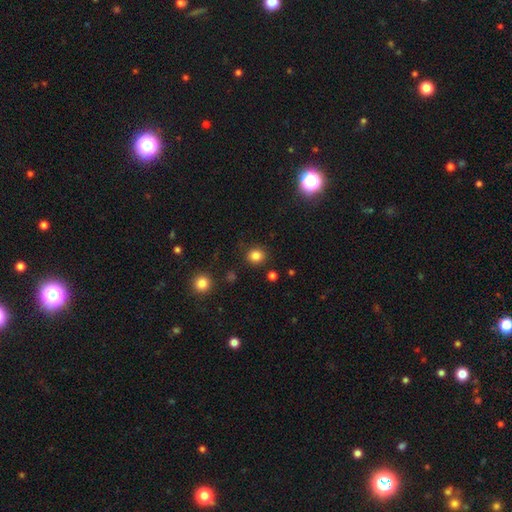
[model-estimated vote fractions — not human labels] A smooth galaxy with no disk features (83%) that is round (86%). Merging: none (88%).